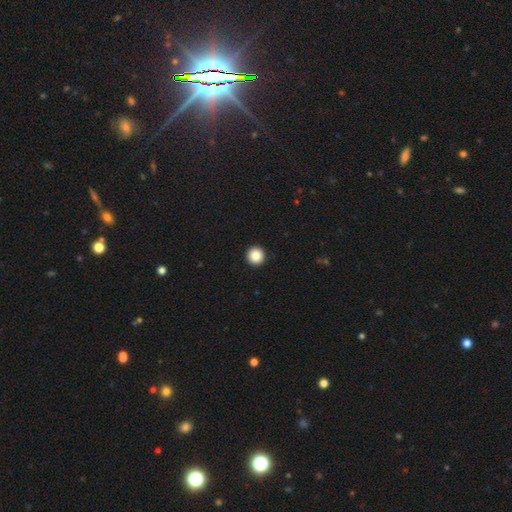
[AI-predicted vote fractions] smooth_or_featured: smooth (p=0.87) [alt: star or artifact p=0.09]
how_rounded: round (p=0.96) [alt: in between p=0.03]
merging: none (p=0.94) [alt: minor disturbance p=0.03]